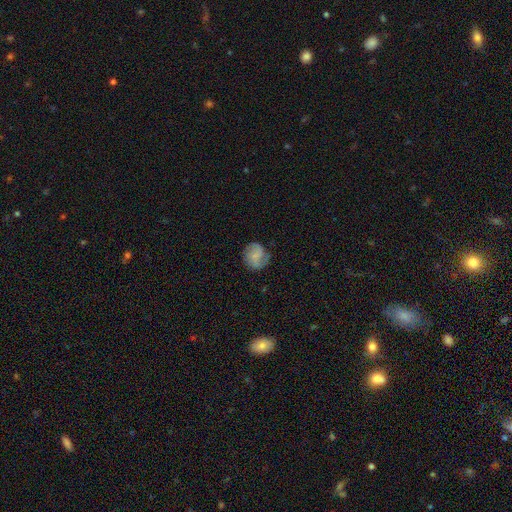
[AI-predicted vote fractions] smooth-or-featured: smooth: 48% | featured or disk: 43% | star or artifact: 8%
  merging: none: 67% | minor disturbance: 22% | major disturbance: 10% | merger: 1%